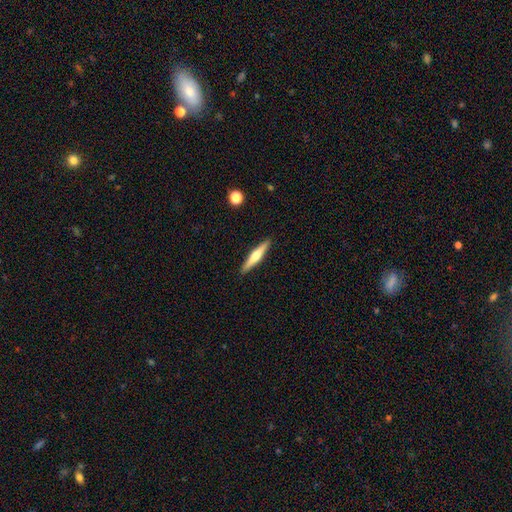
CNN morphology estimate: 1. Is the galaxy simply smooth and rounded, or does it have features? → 52% featured or disk, 42% smooth, 5% star or artifact.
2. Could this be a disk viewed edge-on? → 96% yes, 4% no.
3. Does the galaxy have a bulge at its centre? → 87% rounded, 8% none, 5% boxy.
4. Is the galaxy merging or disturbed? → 91% none, 6% minor disturbance, 1% major disturbance, 1% merger.